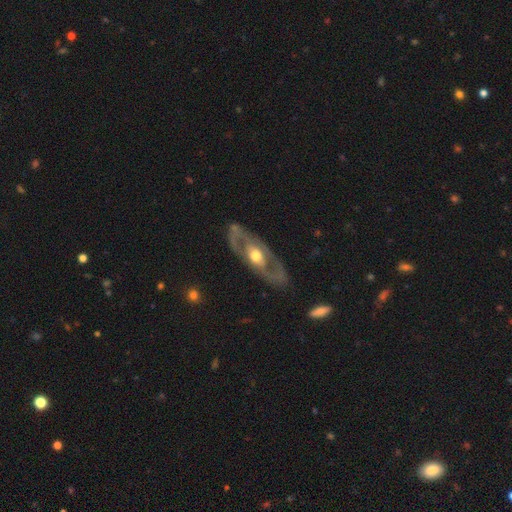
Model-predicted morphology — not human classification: A featured or disk galaxy (76%) with no bar (69%), no spiral arms (54%) and a moderate central bulge (73%). Merging: none (81%).